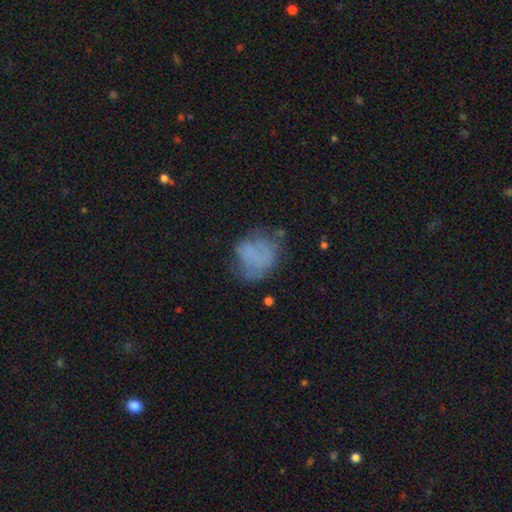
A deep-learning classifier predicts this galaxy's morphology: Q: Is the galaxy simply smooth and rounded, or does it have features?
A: smooth — 59%.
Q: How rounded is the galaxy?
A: round — 55%.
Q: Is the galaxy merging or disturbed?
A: none — 45%.